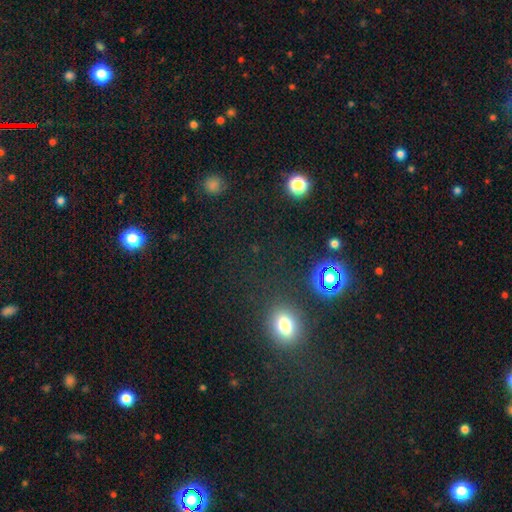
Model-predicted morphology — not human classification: This appears to be a smooth galaxy with no disk features (51%) that is round (79%). Merging: none (85%).